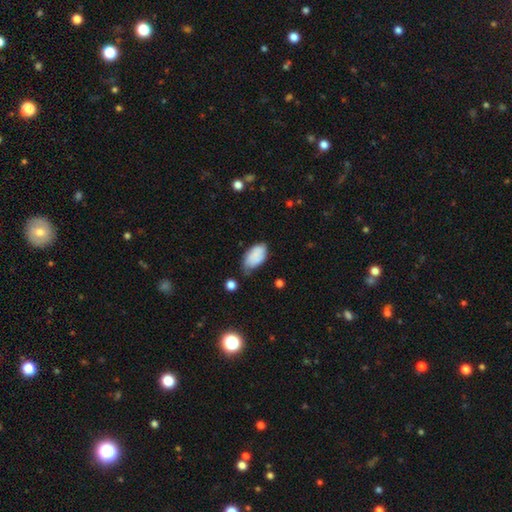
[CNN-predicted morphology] Overall: smooth (81%). How rounded: in between (94%). Merging: minor disturbance (43%; none 42%).